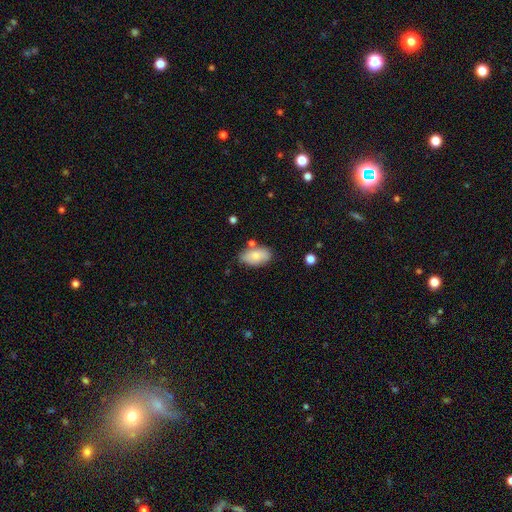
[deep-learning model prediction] Overall: smooth (80%). How rounded: in between (93%). Merging: none (72%).